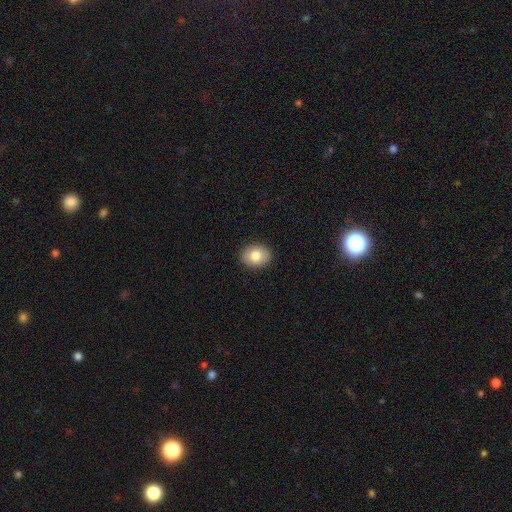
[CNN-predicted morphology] This appears to be a smooth galaxy with no disk features (82%) that is in between round and cigar-shaped (56%). Merging: none (90%).